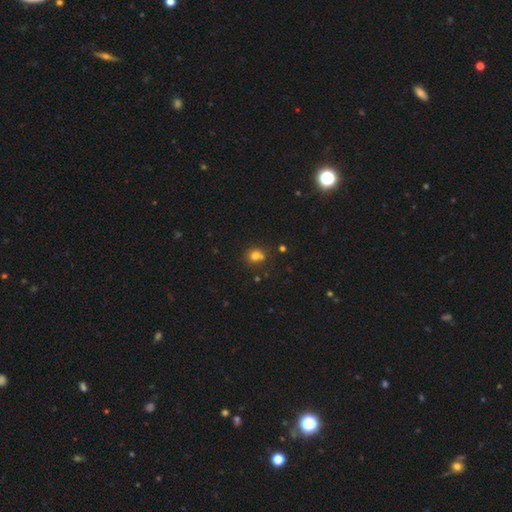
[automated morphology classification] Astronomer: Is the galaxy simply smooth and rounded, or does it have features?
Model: smooth — 74%.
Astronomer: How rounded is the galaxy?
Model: round — 82%.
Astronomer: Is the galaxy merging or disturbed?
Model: none — 61%.